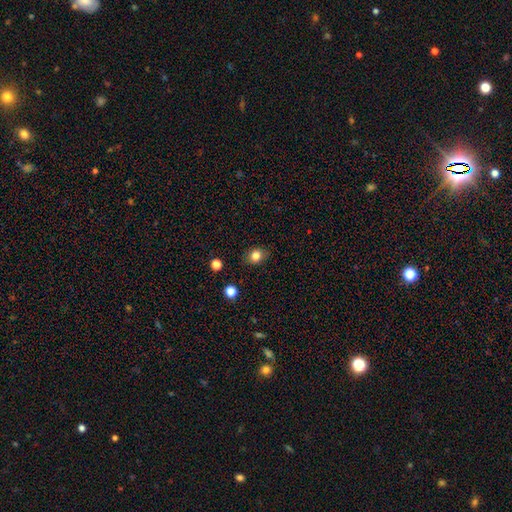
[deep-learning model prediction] Smooth or featured? Predicted: smooth (p=0.81). How rounded? Predicted: round (p=0.53). Merging? Predicted: none (p=0.84).